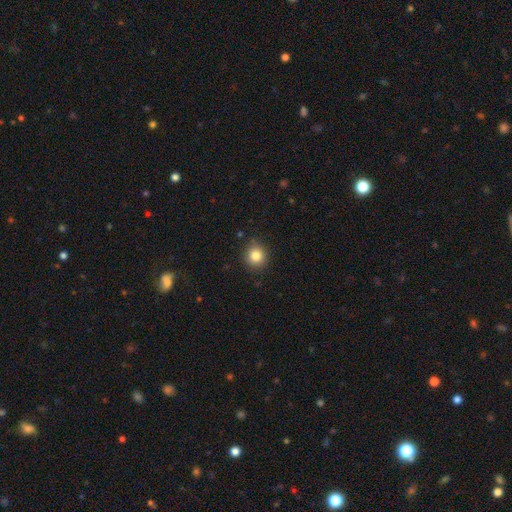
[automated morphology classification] Smooth or featured: smooth — 83% (star or artifact — 11%)
How rounded: round — 86% (in between — 13%)
Merging: none — 86% (minor disturbance — 10%)